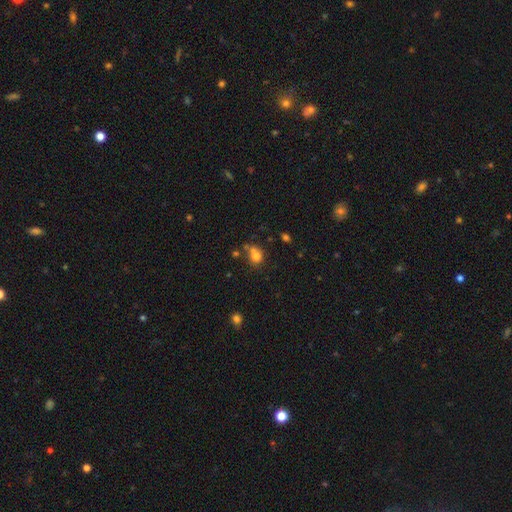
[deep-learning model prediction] A smooth galaxy with no disk features (76%) that is round (67%).

Vote fractions:
- Smooth or featured? smooth: 76% / star or artifact: 14% / featured or disk: 10%
- How rounded? round: 67% / in between: 32% / cigar-shaped: 1%
- Merging? none: 48% / merger: 25% / minor disturbance: 18% / major disturbance: 9%